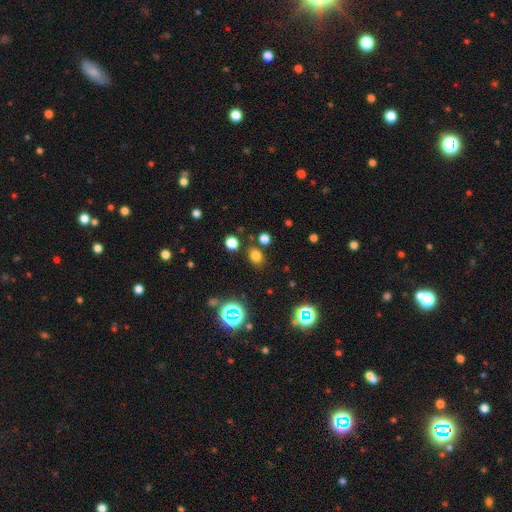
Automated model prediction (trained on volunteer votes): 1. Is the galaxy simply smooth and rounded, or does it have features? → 73% smooth, 21% star or artifact, 6% featured or disk.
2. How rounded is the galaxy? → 56% round, 43% in between, 1% cigar-shaped.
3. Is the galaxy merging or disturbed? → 82% none, 9% minor disturbance, 5% merger, 4% major disturbance.